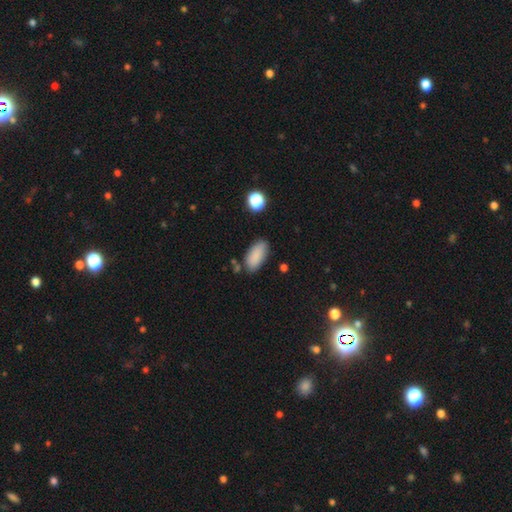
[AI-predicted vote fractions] Morphology: type=smooth (87%); roundness=in between (90%); merging=none (78%).